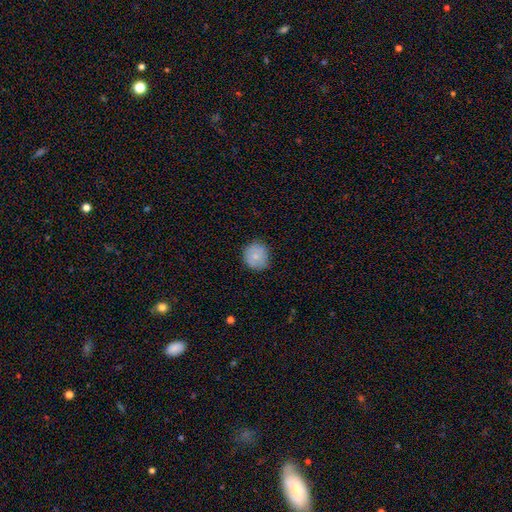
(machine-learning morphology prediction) This appears to be a smooth galaxy with no disk features (78%) that is round (86%). Merging: none (82%).